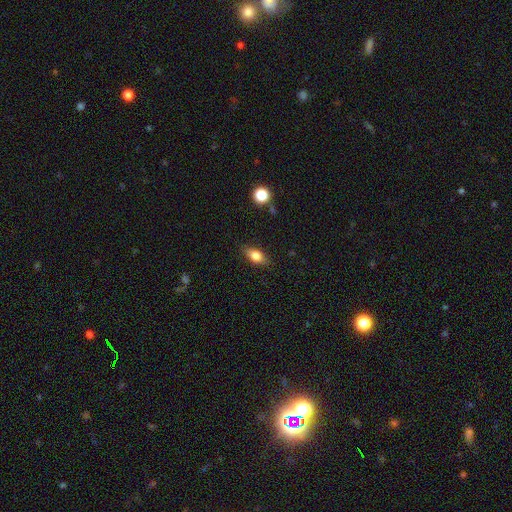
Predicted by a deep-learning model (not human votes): Morphology: type=smooth (76%); roundness=in between (81%); merging=none (84%).